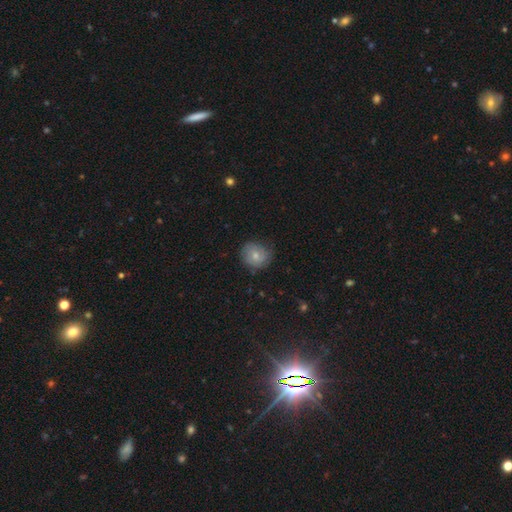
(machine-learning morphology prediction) type=smooth (64%); roundness=round (78%); merging=none (73%).